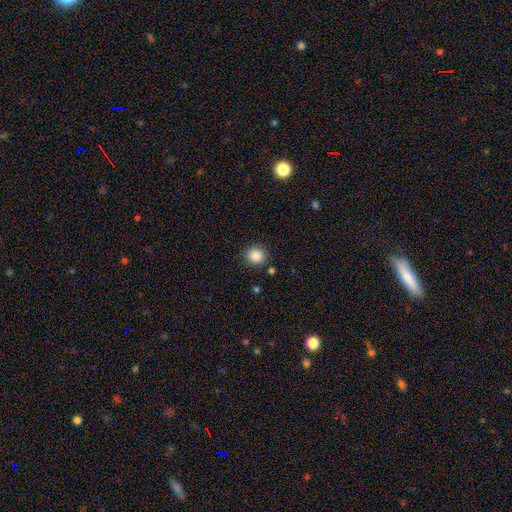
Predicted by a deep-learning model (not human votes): Morphology: type=smooth (86%); roundness=round (88%); merging=none (88%).